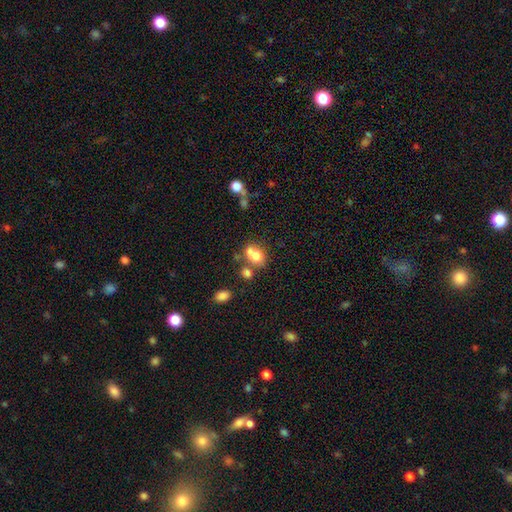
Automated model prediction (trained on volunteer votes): Smooth or featured? Predicted: smooth (p=0.74). How rounded? Predicted: in between (p=0.71). Merging? Predicted: none (p=0.39).